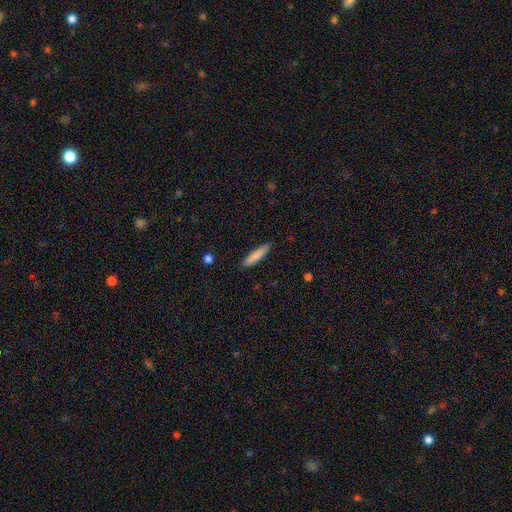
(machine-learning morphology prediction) A smooth galaxy with no disk features (83%) that is cigar-shaped (85%). Merging: none (87%).